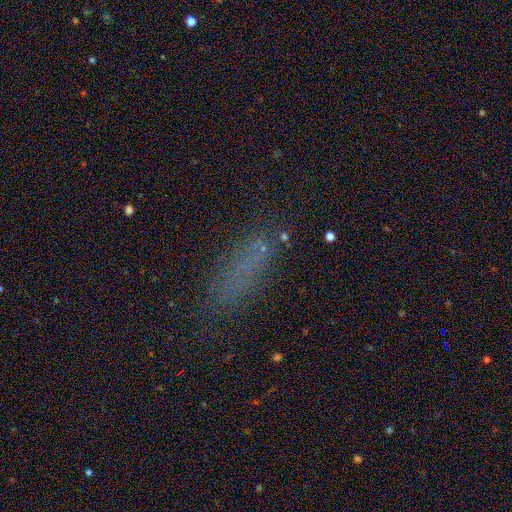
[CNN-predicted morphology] smooth_or_featured: smooth (p=0.56) [alt: star or artifact p=0.28]
how_rounded: in between (p=0.50) [alt: cigar-shaped p=0.45]
merging: none (p=0.66) [alt: minor disturbance p=0.19]